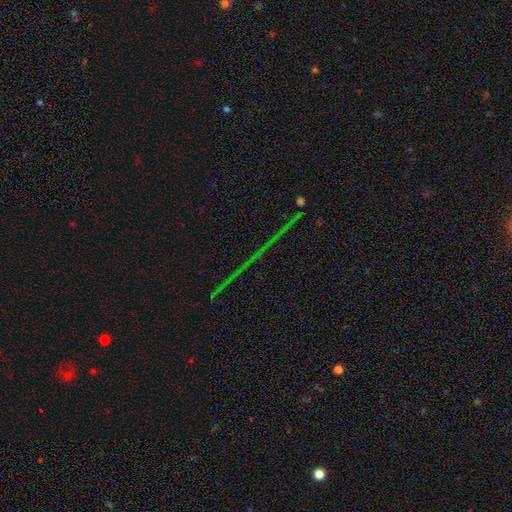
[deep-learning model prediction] smooth_or_featured: star or artifact (p=0.77) [alt: featured or disk p=0.12]